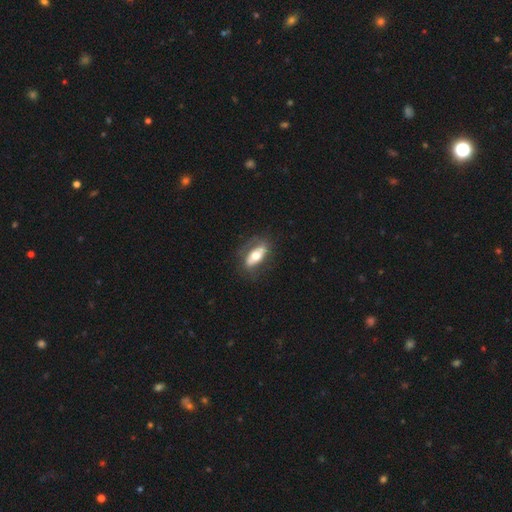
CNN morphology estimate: A featured or disk galaxy (48%). Merging: none (71%).